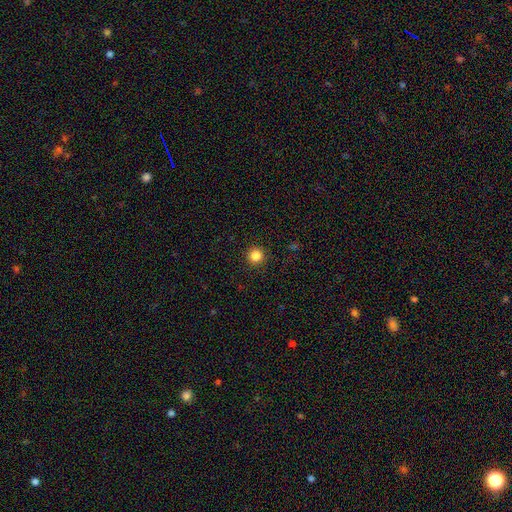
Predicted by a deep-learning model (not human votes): This is clearly a smooth galaxy (84%). How rounded: clearly round (96%). Merging: clearly none (93%).